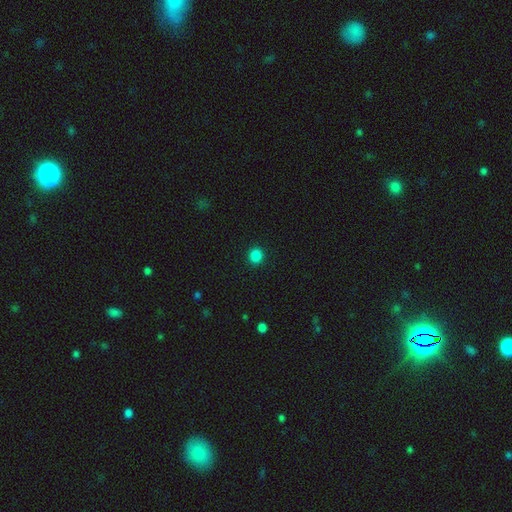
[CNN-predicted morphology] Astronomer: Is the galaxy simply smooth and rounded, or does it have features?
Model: smooth — 86%.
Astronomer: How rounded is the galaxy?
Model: round — 88%.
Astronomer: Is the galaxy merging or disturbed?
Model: none — 92%.